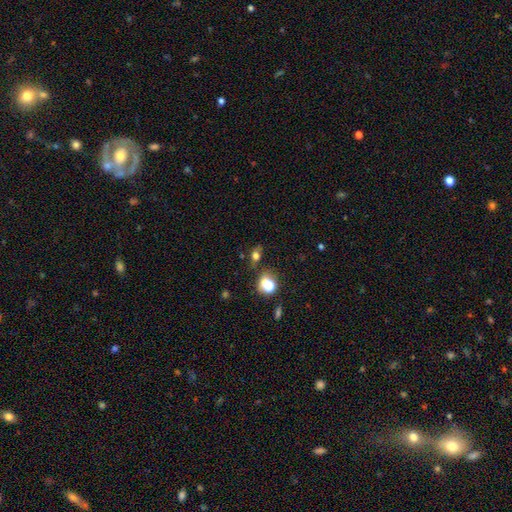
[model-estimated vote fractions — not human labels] smooth 57%, star or artifact 23%, featured or disk 19%. Down the decision tree: how rounded — in between (58%); merging — none (67%).